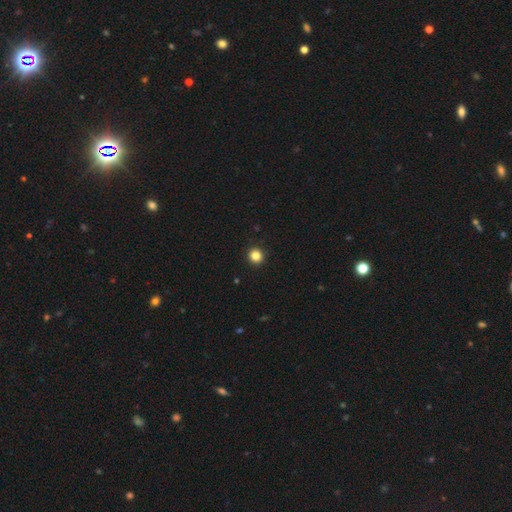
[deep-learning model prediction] Smooth or featured? smooth (84%)
How rounded? round (94%)
Merging? none (94%)